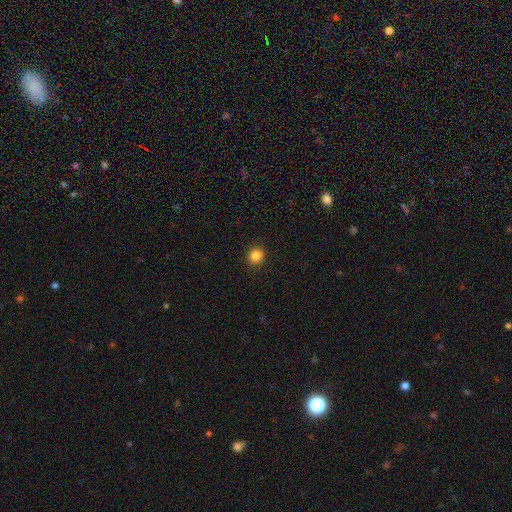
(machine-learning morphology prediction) Smooth or featured? smooth (85%)
How rounded? round (87%)
Merging? none (89%)